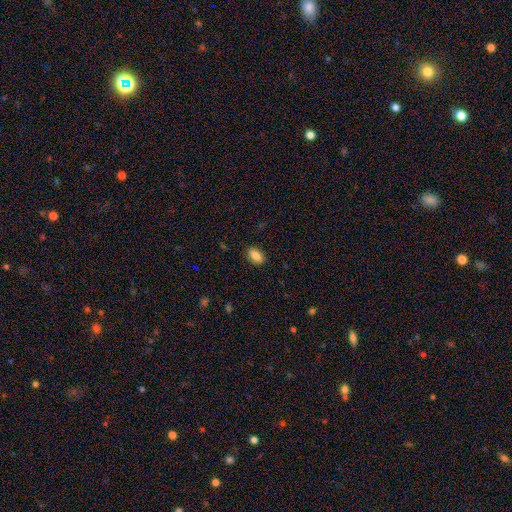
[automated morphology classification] This is clearly a smooth galaxy (82%). How rounded: clearly in between (84%). Merging: clearly none (86%).